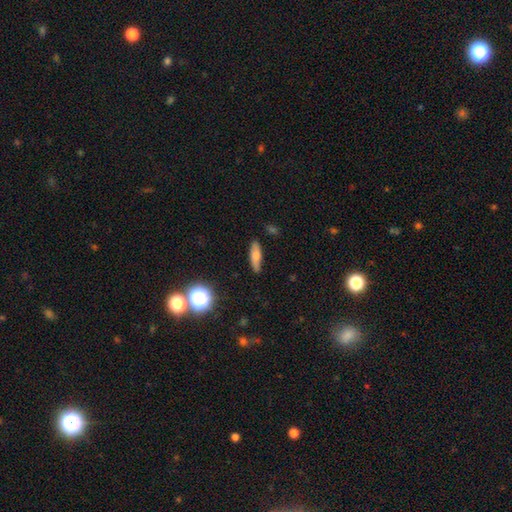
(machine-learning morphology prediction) smooth_or_featured: smooth (p=0.68) [alt: featured or disk p=0.23]
how_rounded: cigar-shaped (p=0.55) [alt: in between p=0.42]
merging: none (p=0.82) [alt: minor disturbance p=0.14]